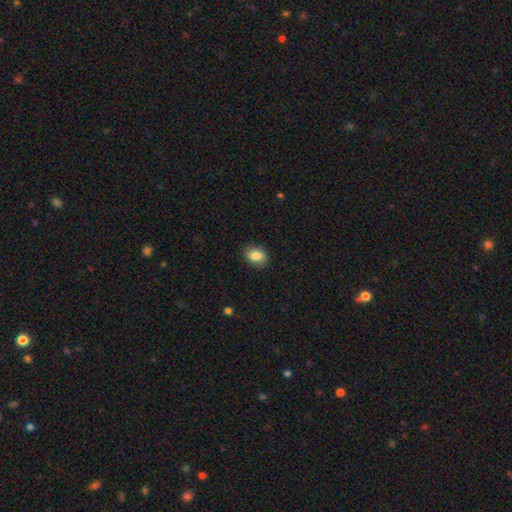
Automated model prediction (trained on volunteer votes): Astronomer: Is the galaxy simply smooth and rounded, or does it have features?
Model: smooth — 85%.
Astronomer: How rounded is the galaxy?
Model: in between — 73%.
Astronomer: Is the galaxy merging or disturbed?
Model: none — 85%.